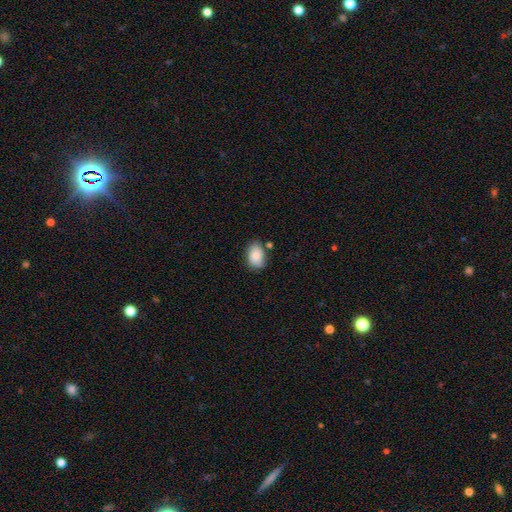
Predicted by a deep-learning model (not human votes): The model was most divided on "merging": none: 69%, minor disturbance: 21%, merger: 5%, major disturbance: 5%. More confident: how rounded — in between (82%); smooth or featured — smooth (81%).